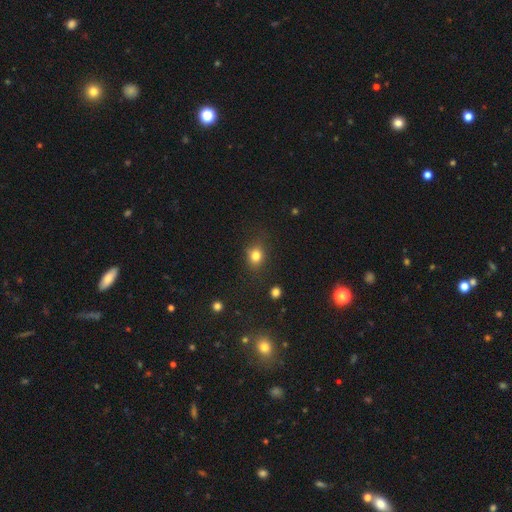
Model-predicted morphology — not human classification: Smooth or featured: smooth — 80% (star or artifact — 13%)
How rounded: round — 63% (in between — 36%)
Merging: none — 79% (minor disturbance — 14%)